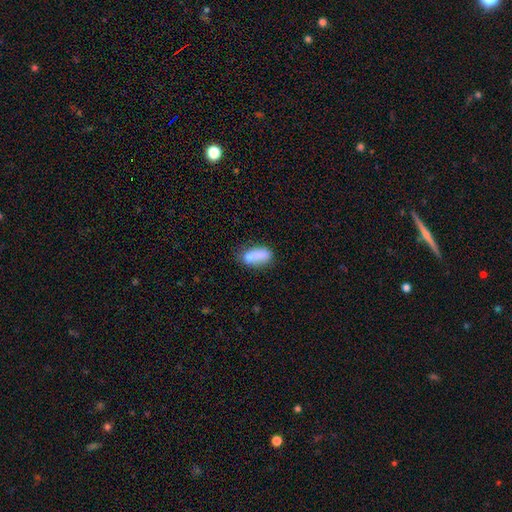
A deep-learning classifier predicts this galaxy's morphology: This appears to be a smooth galaxy with no disk features (82%) that is in between round and cigar-shaped (79%). Merging: none (58%).